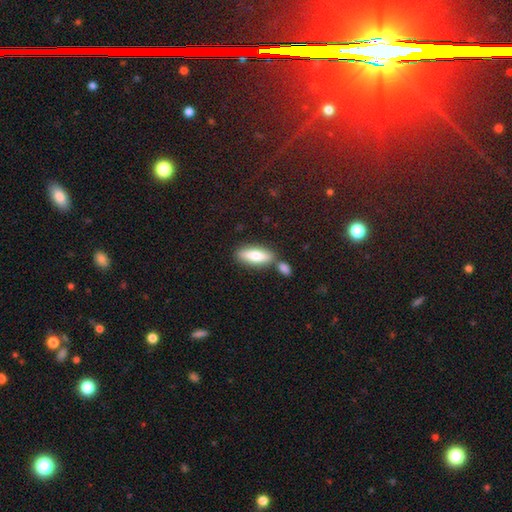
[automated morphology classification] smooth-or-featured: smooth: 72% | featured or disk: 22% | star or artifact: 6%
  how-rounded: in between: 62% | cigar-shaped: 35% | round: 2%
  merging: none: 68% | merger: 18% | minor disturbance: 11% | major disturbance: 3%